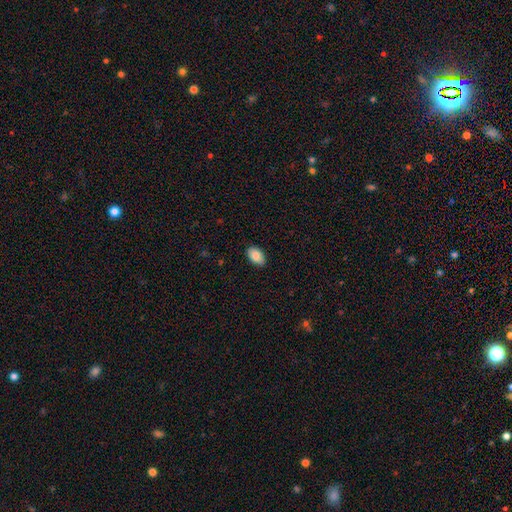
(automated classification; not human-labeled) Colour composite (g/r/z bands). It shows a smooth galaxy with no disk features (86%) that is in between round and cigar-shaped (92%). Merging: none (87%).